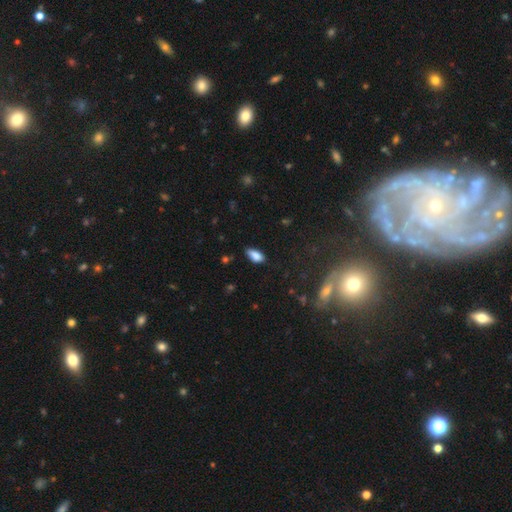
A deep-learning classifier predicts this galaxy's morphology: The model was most divided on "merging": none: 72%, minor disturbance: 22%, major disturbance: 4%, merger: 2%. More confident: how rounded — in between (90%); smooth or featured — smooth (86%).